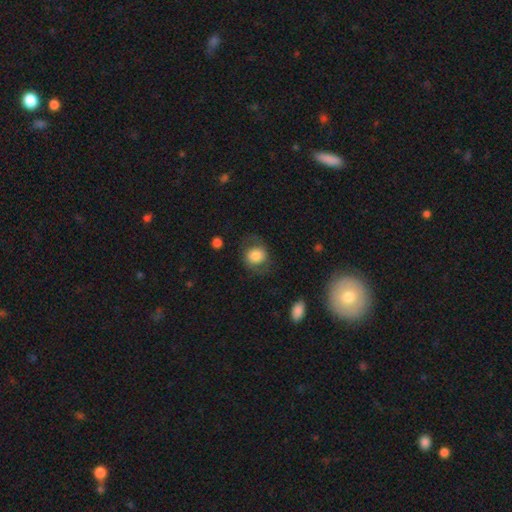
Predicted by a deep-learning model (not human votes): This is likely a smooth galaxy (67%). How rounded: likely round (75%). Merging: likely none (68%).